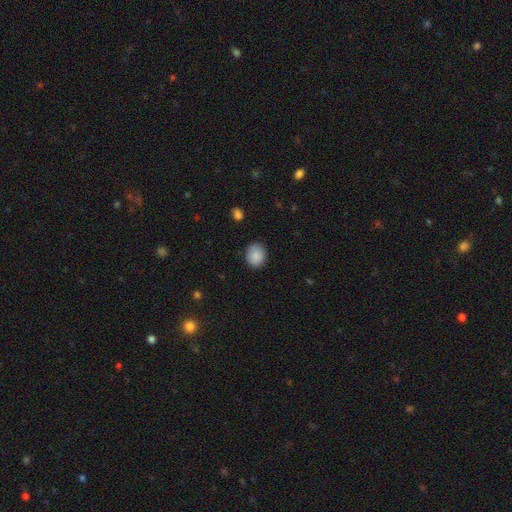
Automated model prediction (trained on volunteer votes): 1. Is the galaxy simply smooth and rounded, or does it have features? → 88% smooth, 8% star or artifact, 4% featured or disk.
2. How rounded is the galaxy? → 61% round, 38% in between, 1% cigar-shaped.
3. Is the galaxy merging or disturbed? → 84% none, 12% minor disturbance, 3% major disturbance, 1% merger.